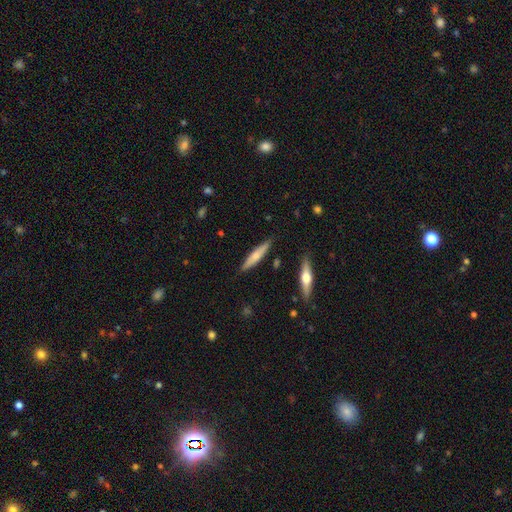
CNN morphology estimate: type=smooth (57%); roundness=cigar-shaped (85%); merging=none (86%).